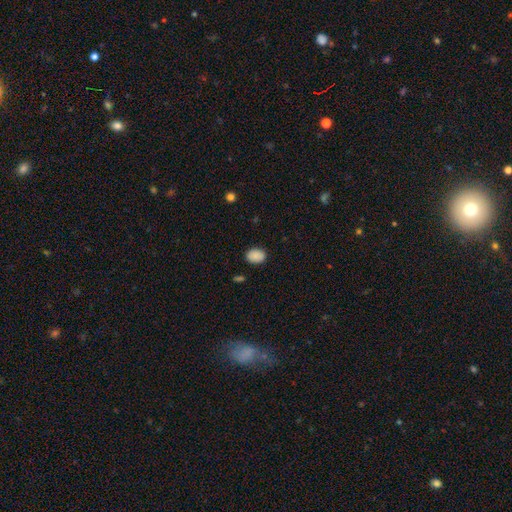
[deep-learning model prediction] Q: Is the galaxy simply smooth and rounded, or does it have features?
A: smooth — 89%.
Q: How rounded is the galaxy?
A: in between — 74%.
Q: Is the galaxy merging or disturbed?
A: none — 86%.